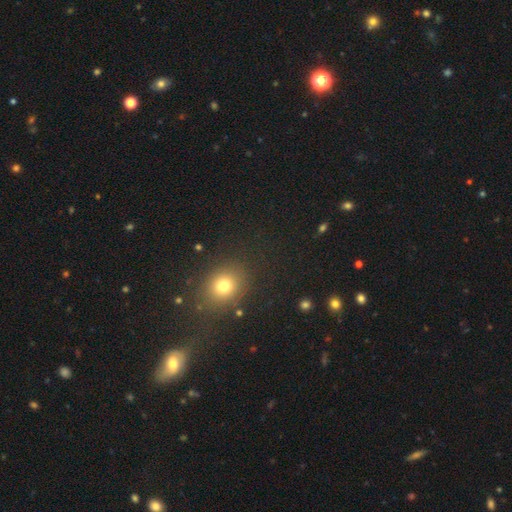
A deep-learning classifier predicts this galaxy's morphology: Smooth or featured? Predicted: smooth (p=0.55). How rounded? Predicted: round (p=0.77). Merging? Predicted: none (p=0.77).